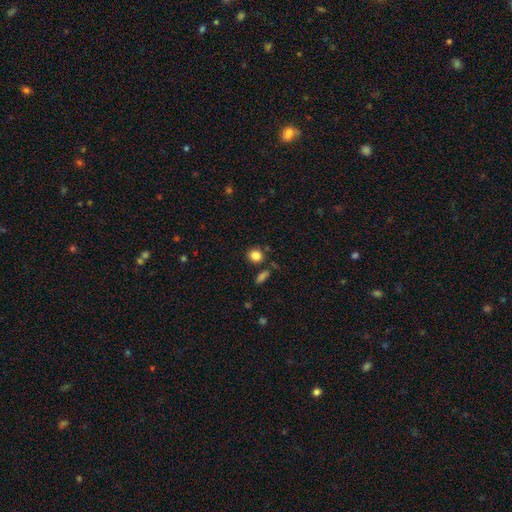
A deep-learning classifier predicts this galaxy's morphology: Q: Smooth or featured?
A: smooth (85%); runner-up: star or artifact (10%)
Q: How rounded?
A: round (71%); runner-up: in between (28%)
Q: Merging?
A: none (80%); runner-up: minor disturbance (10%)